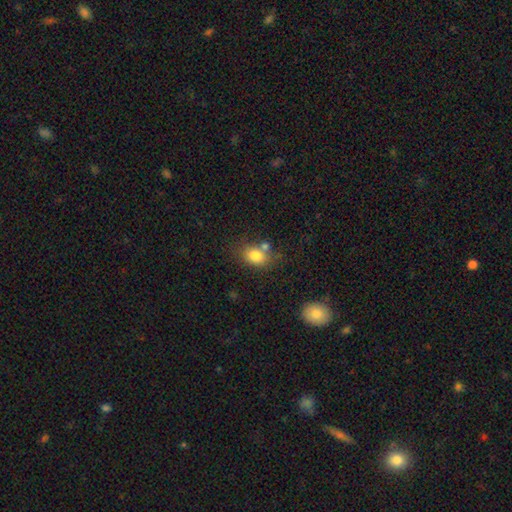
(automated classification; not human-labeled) Smooth or featured: smooth — 81% (star or artifact — 10%)
How rounded: in between — 65% (round — 34%)
Merging: none — 59% (merger — 20%)